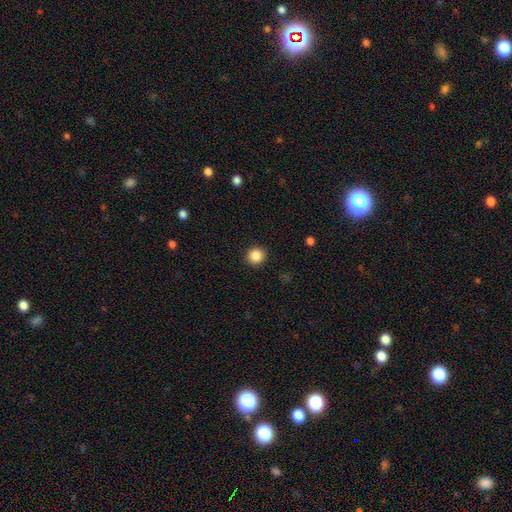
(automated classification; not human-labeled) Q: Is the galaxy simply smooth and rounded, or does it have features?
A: smooth — 86%.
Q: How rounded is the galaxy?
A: round — 94%.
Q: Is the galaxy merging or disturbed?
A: none — 92%.